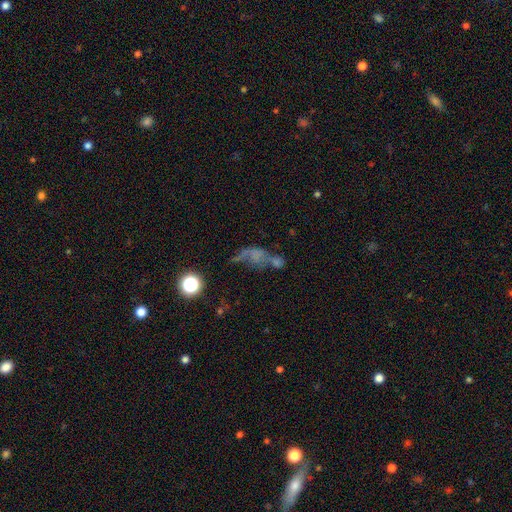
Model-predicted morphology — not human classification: Smooth or featured? featured or disk (37%, tied with smooth)
Merging? merger (32%)